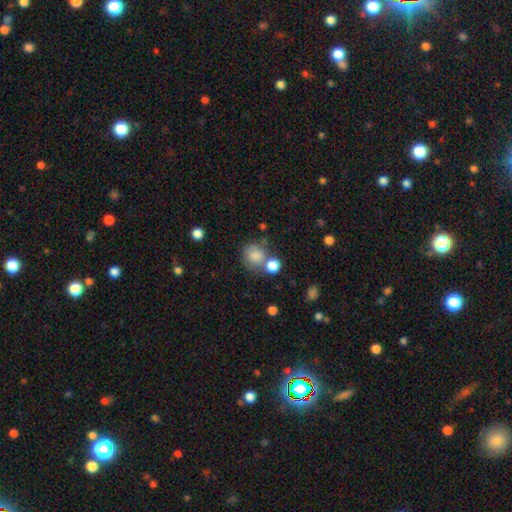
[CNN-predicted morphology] smooth_or_featured: smooth (p=0.82) [alt: star or artifact p=0.11]
how_rounded: round (p=0.82) [alt: in between p=0.17]
merging: none (p=0.57) [alt: merger p=0.22]